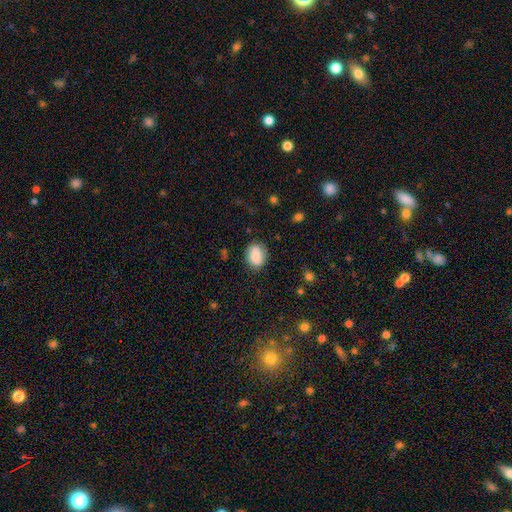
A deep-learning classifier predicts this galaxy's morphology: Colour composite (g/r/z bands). It shows a smooth galaxy with no disk features (84%) that is in between round and cigar-shaped (64%). Merging: none (79%).